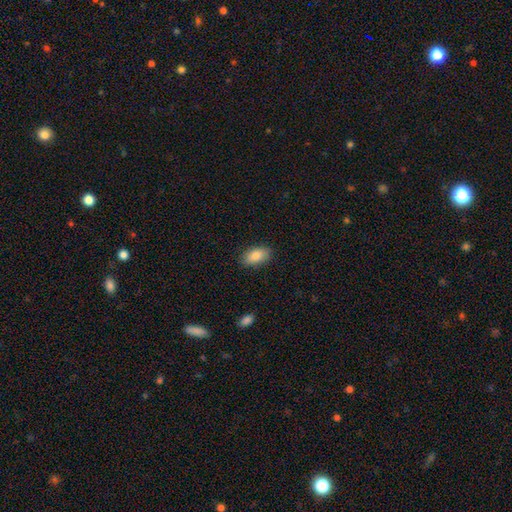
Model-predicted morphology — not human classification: Smooth or featured: smooth — 86% (featured or disk — 7%)
How rounded: in between — 93% (round — 4%)
Merging: none — 87% (minor disturbance — 10%)